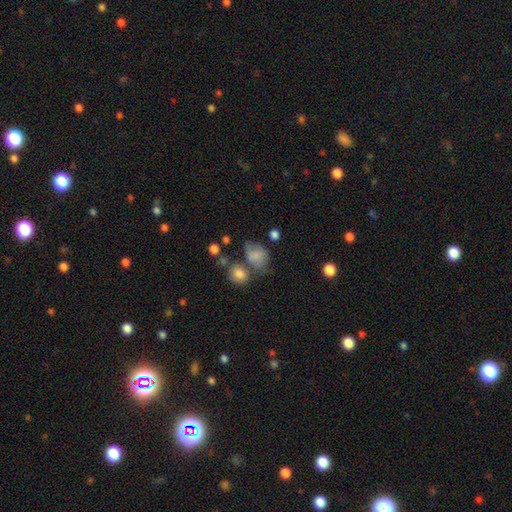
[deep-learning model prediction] smooth 76%, featured or disk 14%, star or artifact 10%. Down the decision tree: how rounded — in between (55%); merging — none (36%).